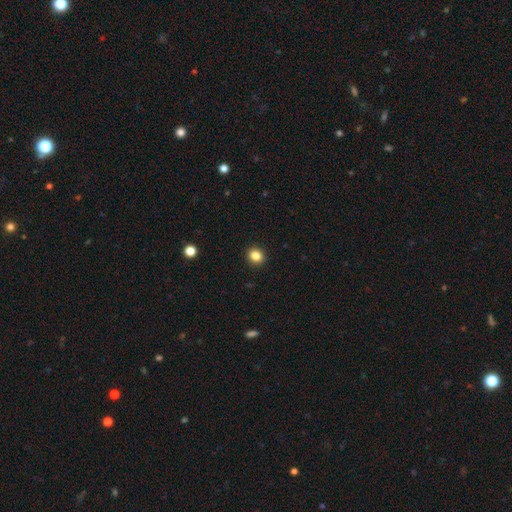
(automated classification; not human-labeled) Smooth or featured? smooth (85%)
How rounded? round (75%)
Merging? none (92%)